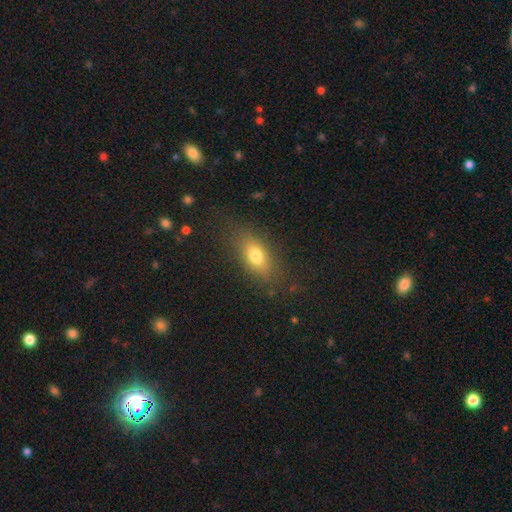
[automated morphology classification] Overall: smooth (74%). How rounded: in between (80%). Merging: none (78%).